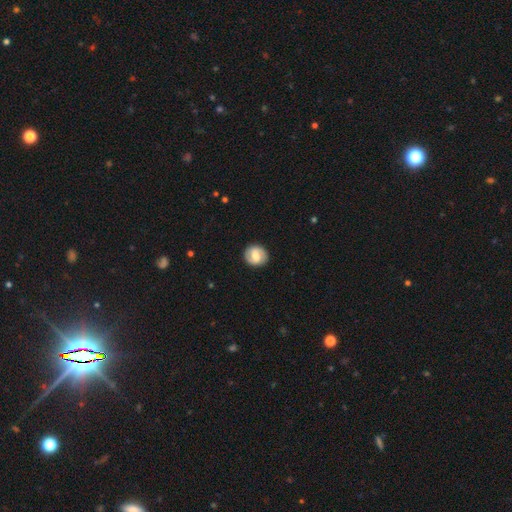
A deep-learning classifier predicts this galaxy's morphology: Smooth or featured?
  - featured or disk: 51% *
  - smooth: 42%
  - star or artifact: 7%
Edge-on disk?
  - no: 97% *
  - yes: 3%
Merging?
  - none: 88% *
  - minor disturbance: 8%
  - major disturbance: 3%
  - merger: 1%